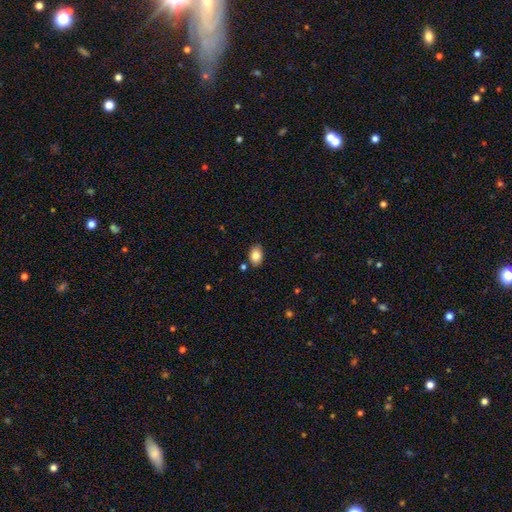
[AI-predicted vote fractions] Q: Smooth or featured?
A: smooth (84%); runner-up: featured or disk (8%)
Q: How rounded?
A: in between (82%); runner-up: round (17%)
Q: Merging?
A: none (83%); runner-up: minor disturbance (11%)